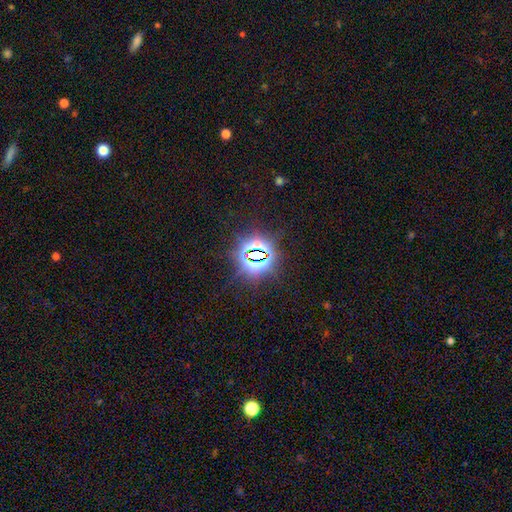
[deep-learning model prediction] This appears to be a star or artifact, not a galaxy (80%).